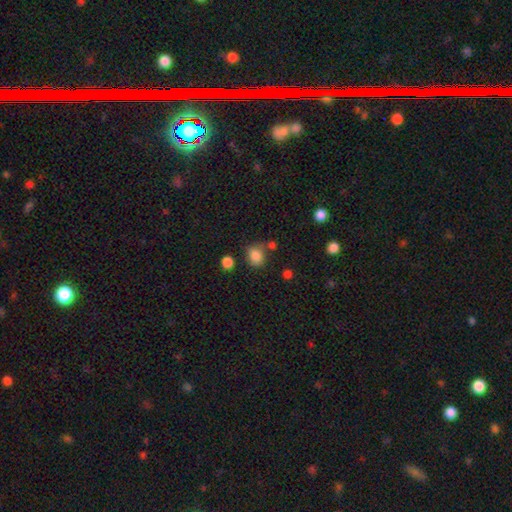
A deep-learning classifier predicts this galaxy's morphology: Smooth or featured: smooth — 84% (star or artifact — 11%)
How rounded: round — 65% (in between — 34%)
Merging: none — 68% (minor disturbance — 15%)